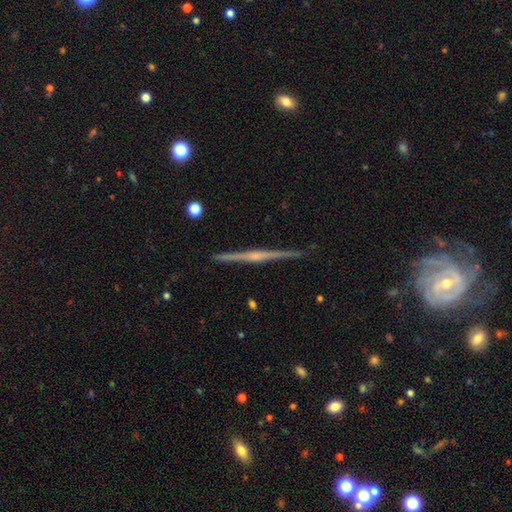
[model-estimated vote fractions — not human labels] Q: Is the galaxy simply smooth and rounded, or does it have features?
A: featured or disk — 84%.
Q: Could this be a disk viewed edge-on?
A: yes — 99%.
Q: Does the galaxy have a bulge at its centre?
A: rounded — 67%.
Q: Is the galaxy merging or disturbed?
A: none — 92%.